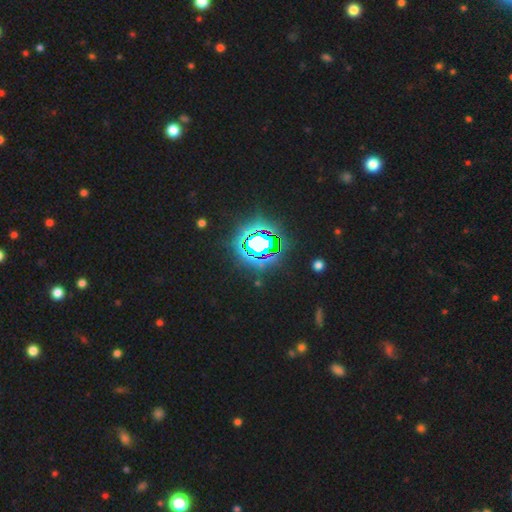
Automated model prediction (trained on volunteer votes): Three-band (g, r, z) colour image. It shows a star or artifact, not a galaxy (82%).